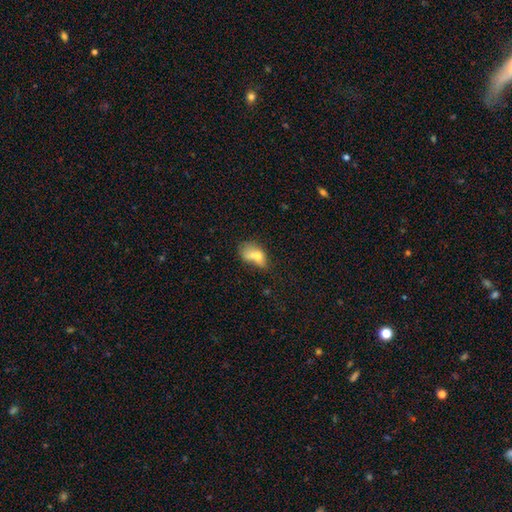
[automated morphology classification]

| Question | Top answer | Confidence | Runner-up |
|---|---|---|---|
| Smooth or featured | smooth | 65% | featured or disk (24%) |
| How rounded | in between | 78% | round (19%) |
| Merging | merger | 53% | none (20%) |